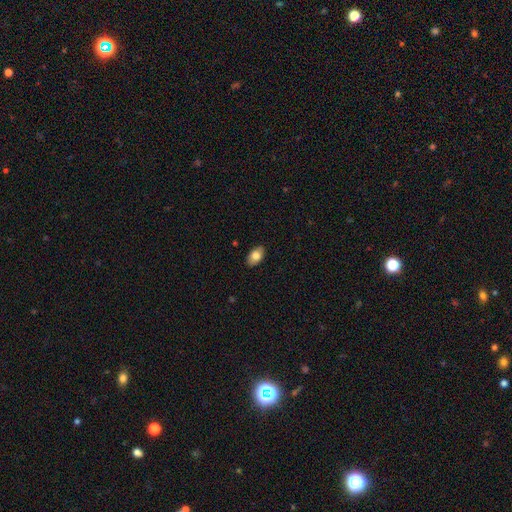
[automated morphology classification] The model was most divided on "smooth or featured": smooth: 79%, featured or disk: 14%, star or artifact: 7%. More confident: how rounded — in between (93%); merging — none (87%).